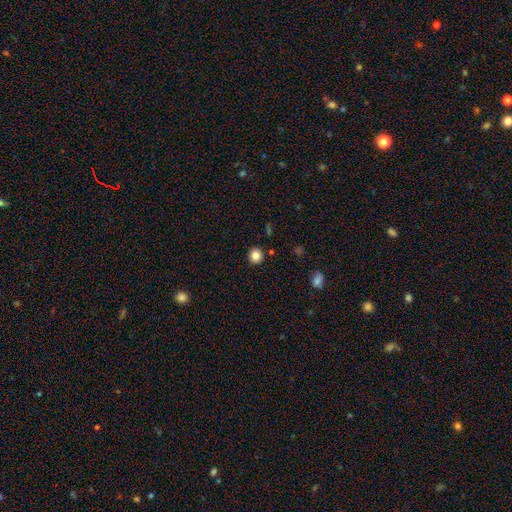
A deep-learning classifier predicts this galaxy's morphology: This is clearly a smooth galaxy (84%). How rounded: clearly round (91%). Merging: clearly none (90%).